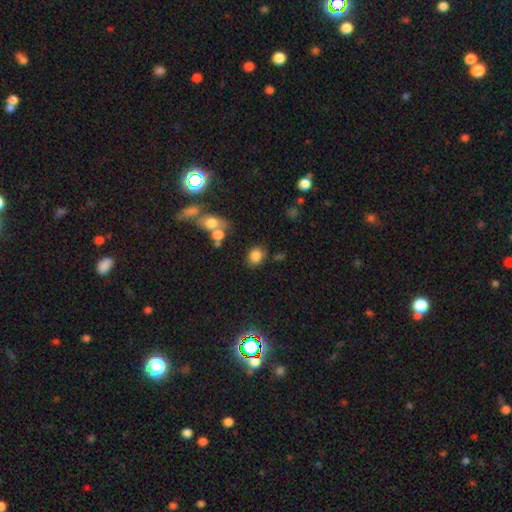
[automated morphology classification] A smooth galaxy with no disk features (82%) that is round (56%).

Vote fractions:
- Smooth or featured? smooth: 82% / star or artifact: 11% / featured or disk: 7%
- How rounded? round: 56% / in between: 43% / cigar-shaped: 1%
- Merging? none: 71% / minor disturbance: 15% / merger: 9% / major disturbance: 5%